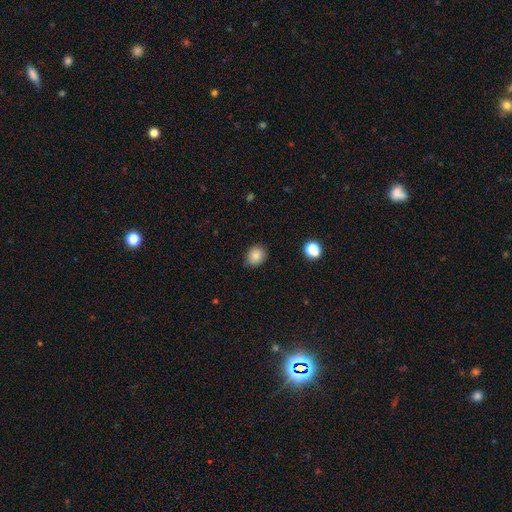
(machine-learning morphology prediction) Q: Smooth or featured?
A: smooth (85%); runner-up: star or artifact (10%)
Q: How rounded?
A: round (60%); runner-up: in between (39%)
Q: Merging?
A: none (83%); runner-up: minor disturbance (13%)